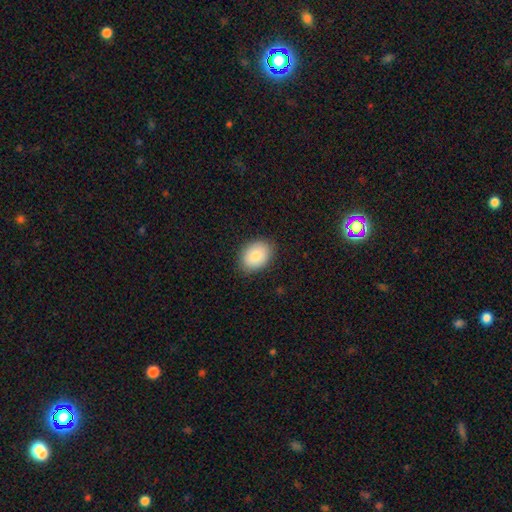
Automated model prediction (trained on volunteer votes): Morphology: type=smooth (84%); roundness=in between (72%); merging=none (86%).